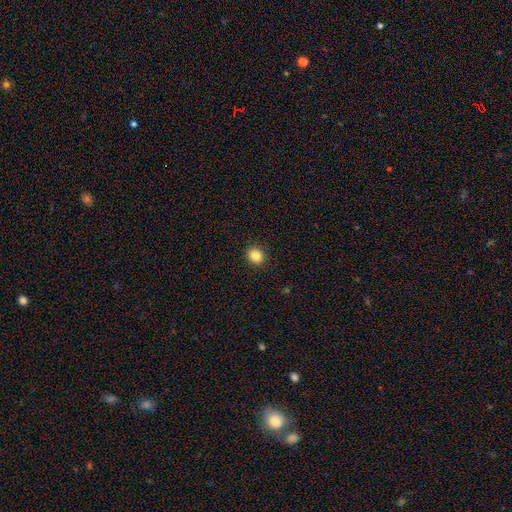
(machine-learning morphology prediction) smooth 84%, star or artifact 11%, featured or disk 5%. Down the decision tree: how rounded — round (72%); merging — none (91%).